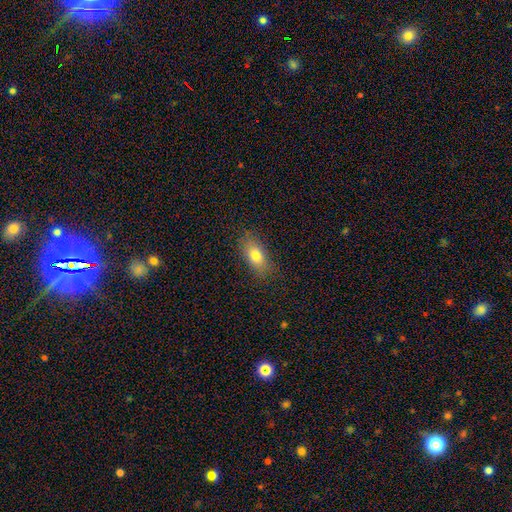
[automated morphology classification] type=smooth (78%); roundness=in between (86%); merging=none (83%).